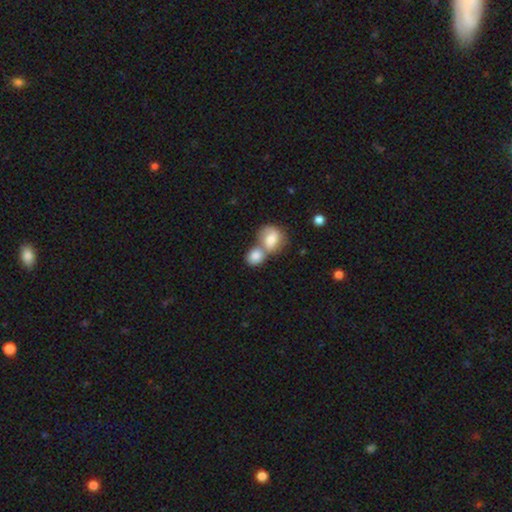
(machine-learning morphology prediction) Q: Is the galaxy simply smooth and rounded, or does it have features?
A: smooth — 79%.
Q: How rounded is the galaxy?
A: round — 61%.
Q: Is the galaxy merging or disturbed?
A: merger — 63%.